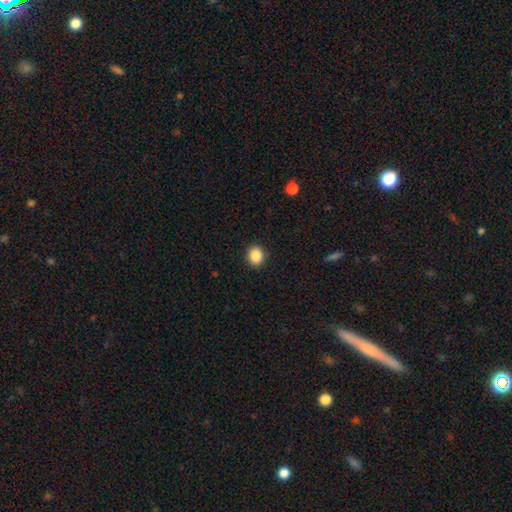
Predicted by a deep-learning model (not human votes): Smooth or featured?
  - smooth: 88% *
  - star or artifact: 9%
  - featured or disk: 3%
How rounded?
  - round: 57% *
  - in between: 42%
  - cigar-shaped: 1%
Merging?
  - none: 90% *
  - minor disturbance: 7%
  - major disturbance: 2%
  - merger: 1%